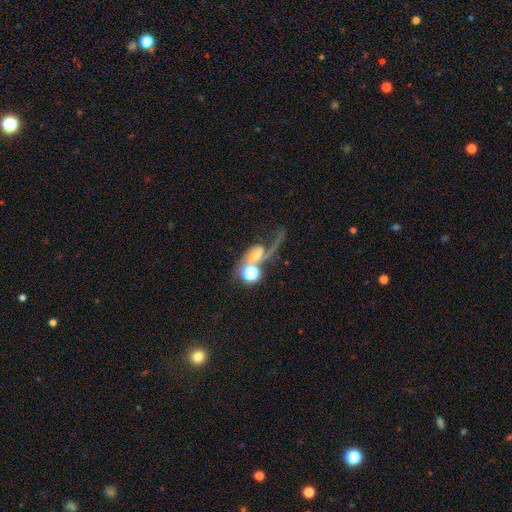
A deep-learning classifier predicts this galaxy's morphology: Overall: featured or disk (57%; smooth 25%). Edge-on disk: no (93%). Bar: no (53%; weak 30%). Spiral arms: yes (77%). Bulge size: moderate (42%; small 27%). Merging: merger (36%; none 28%).